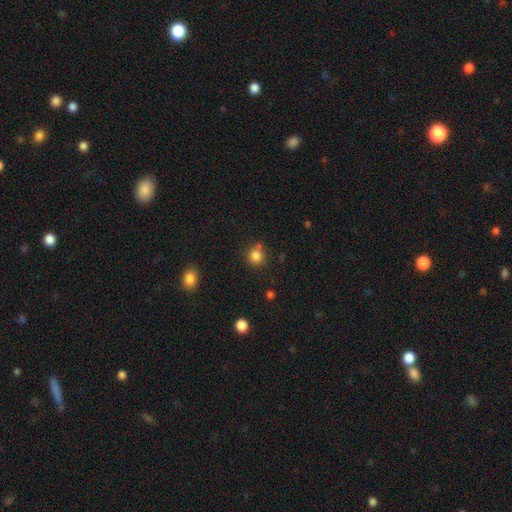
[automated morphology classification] Q: Smooth or featured?
A: smooth (82%); runner-up: star or artifact (12%)
Q: How rounded?
A: round (90%); runner-up: in between (9%)
Q: Merging?
A: none (72%); runner-up: merger (15%)